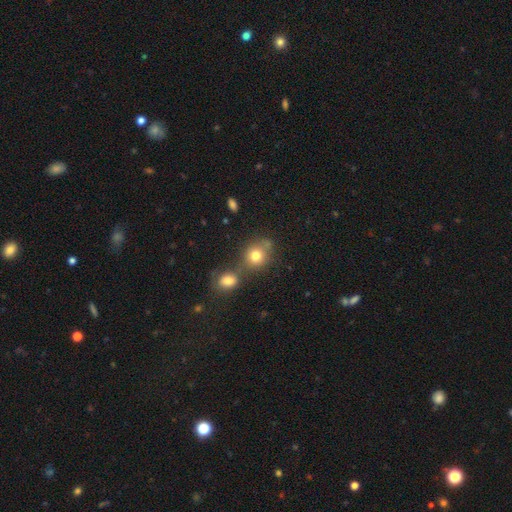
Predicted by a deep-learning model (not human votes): Smooth or featured?
  - smooth: 77% *
  - star or artifact: 12%
  - featured or disk: 11%
How rounded?
  - round: 75% *
  - in between: 24%
  - cigar-shaped: 1%
Merging?
  - none: 51% *
  - merger: 33%
  - minor disturbance: 11%
  - major disturbance: 4%